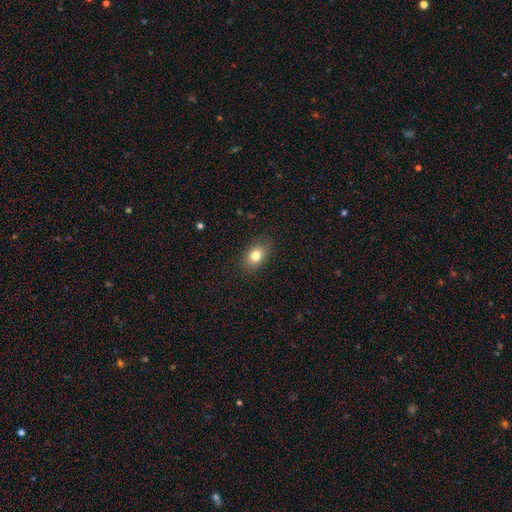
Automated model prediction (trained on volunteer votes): smooth-or-featured: smooth: 80% | featured or disk: 10% | star or artifact: 9%
  how-rounded: in between: 78% | round: 20% | cigar-shaped: 2%
  merging: none: 87% | minor disturbance: 10% | major disturbance: 3% | merger: 1%